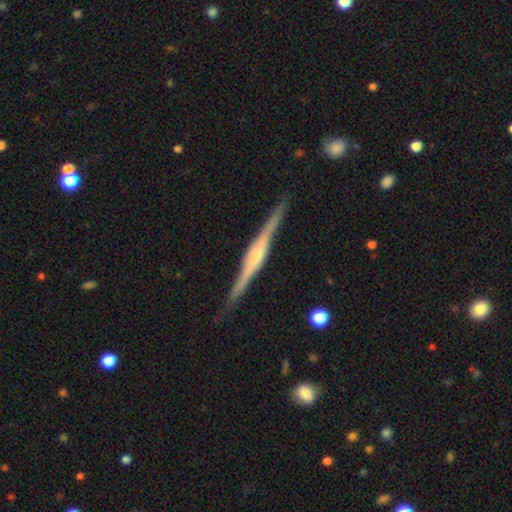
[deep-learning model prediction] This appears to be a featured or disk galaxy (85%) viewed edge-on (98%) with a rounded central bulge (62%). Merging: none (89%).